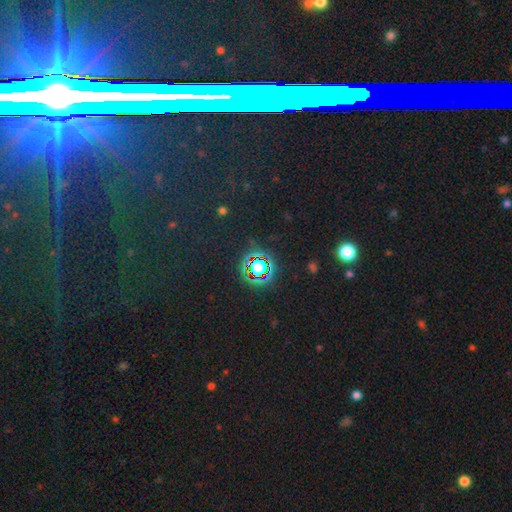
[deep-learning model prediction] This is likely a star or artifact rather than a galaxy (70%).